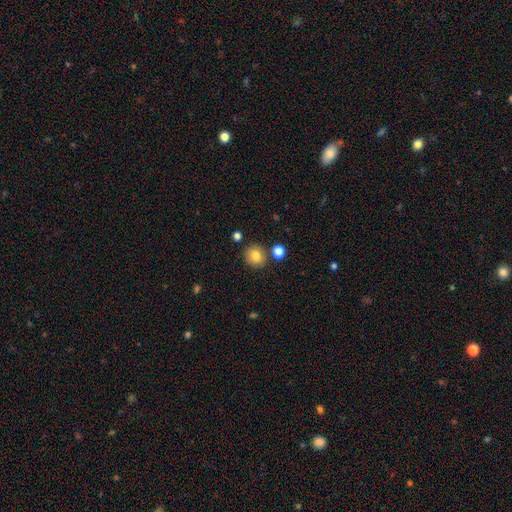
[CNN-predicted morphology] The model was most divided on "how rounded": round: 78%, in between: 21%, cigar-shaped: 1%. More confident: merging — none (82%); smooth or featured — smooth (82%).